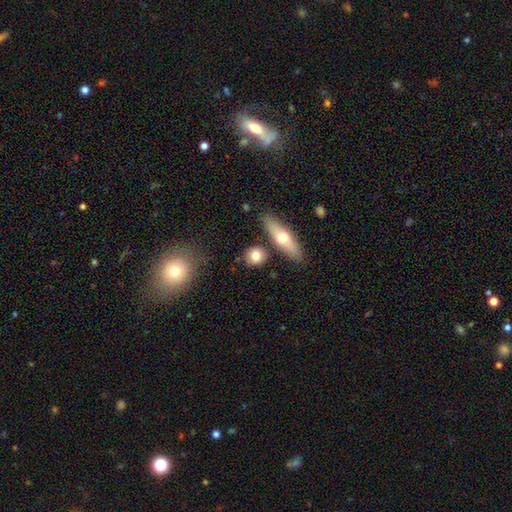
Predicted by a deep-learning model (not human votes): Smooth or featured? smooth (75%)
How rounded? round (68%)
Merging? none (78%)